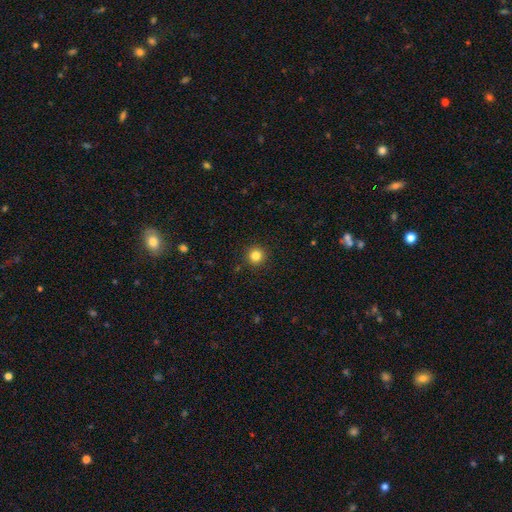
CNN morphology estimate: Overall: smooth (83%). How rounded: round (95%). Merging: none (93%).